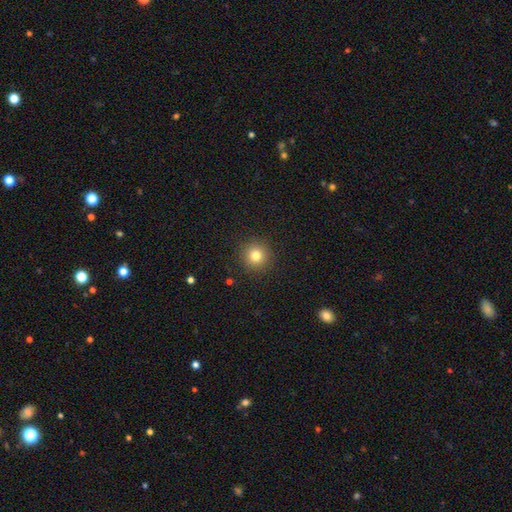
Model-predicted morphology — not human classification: Smooth or featured? smooth (80%)
How rounded? round (94%)
Merging? none (91%)